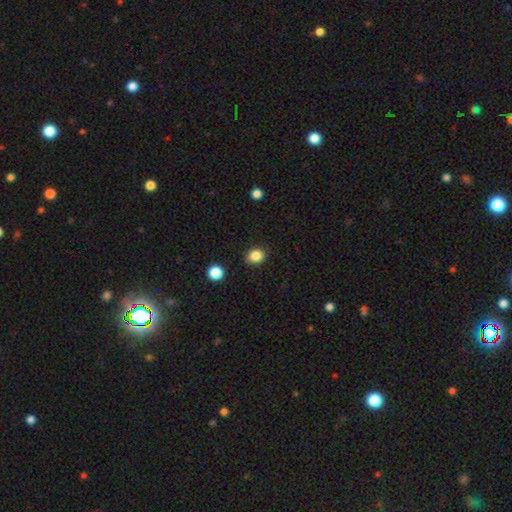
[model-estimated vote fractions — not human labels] Smooth or featured?
  - smooth: 85% *
  - star or artifact: 11%
  - featured or disk: 4%
How rounded?
  - round: 63% *
  - in between: 36%
  - cigar-shaped: 1%
Merging?
  - none: 87% *
  - minor disturbance: 9%
  - major disturbance: 2%
  - merger: 2%